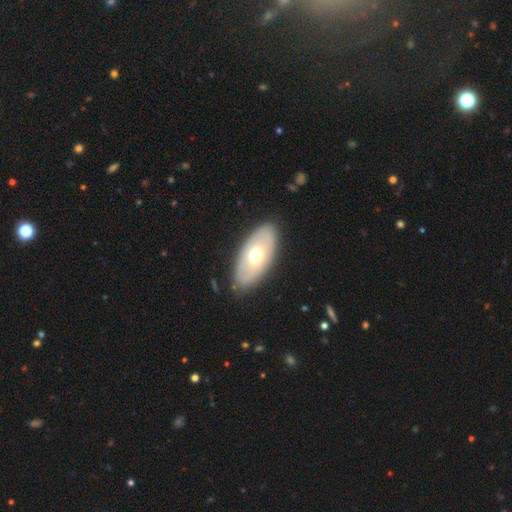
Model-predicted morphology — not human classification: type=smooth (55%); roundness=in between (91%); merging=none (84%).